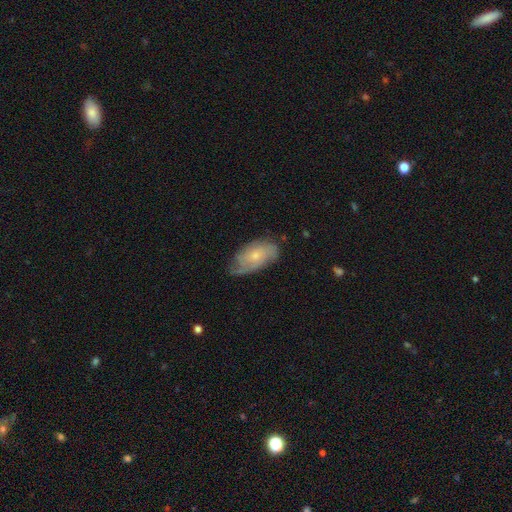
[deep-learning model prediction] Smooth or featured? featured or disk (64%)
Edge-on disk? no (94%)
Bar? no (77%)
Spiral arms? yes (88%)
Spiral winding? tight (49%)
Spiral arm count? can't tell (40%)
Bulge size? small (62%)
Merging? none (62%)